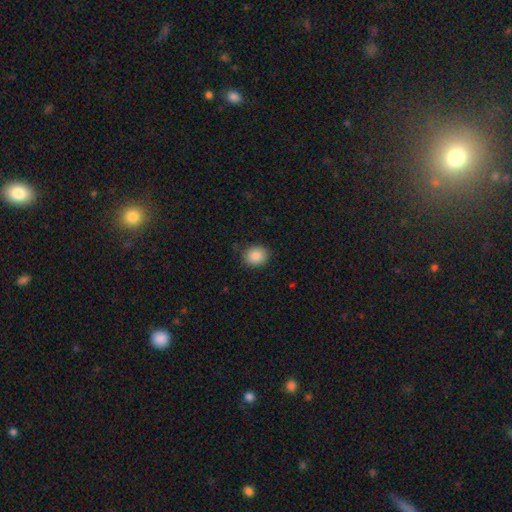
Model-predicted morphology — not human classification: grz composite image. It shows a smooth galaxy with no disk features (87%) that is round (72%). Merging: none (85%).